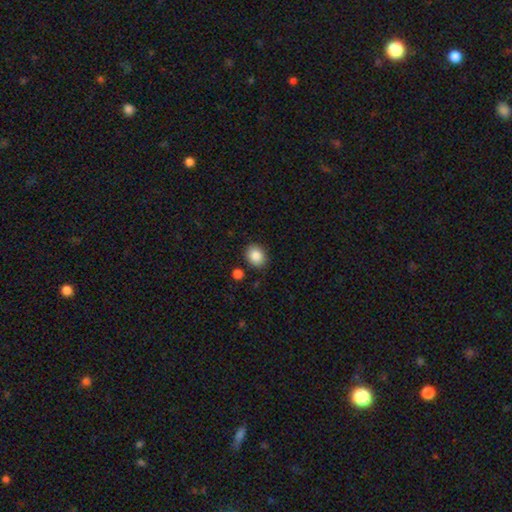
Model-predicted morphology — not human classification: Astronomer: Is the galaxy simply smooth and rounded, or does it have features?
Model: smooth — 87%.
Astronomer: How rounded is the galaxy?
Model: round — 51% (runner-up: in between, 48%).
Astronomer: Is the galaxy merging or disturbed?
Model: none — 85%.